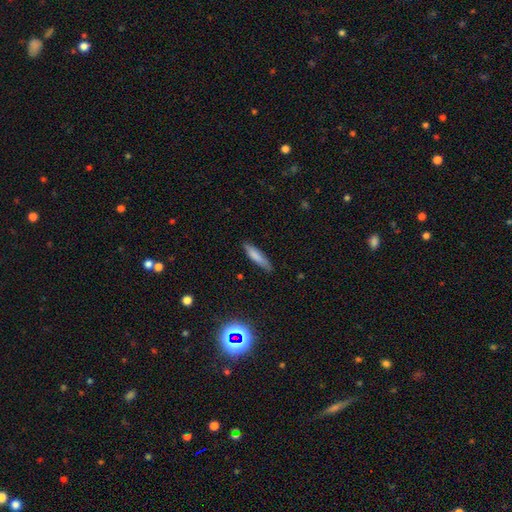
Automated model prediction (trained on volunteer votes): smooth-or-featured: smooth: 78% | featured or disk: 14% | star or artifact: 8%
  how-rounded: cigar-shaped: 78% | in between: 20% | round: 1%
  merging: none: 82% | minor disturbance: 14% | major disturbance: 2% | merger: 1%